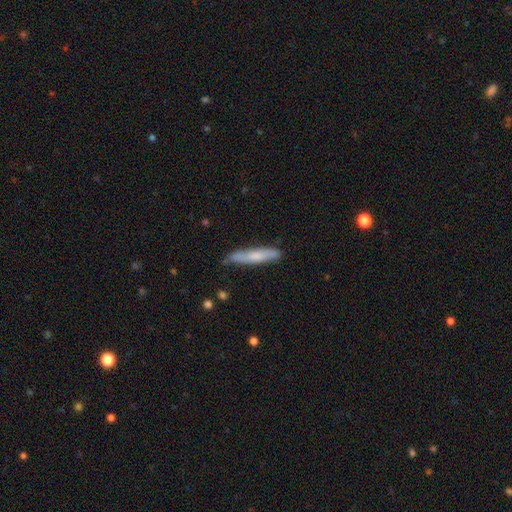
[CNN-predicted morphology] The model was most divided on "smooth or featured": smooth: 64%, featured or disk: 30%, star or artifact: 6%. More confident: how rounded — cigar-shaped (92%); merging — none (78%).